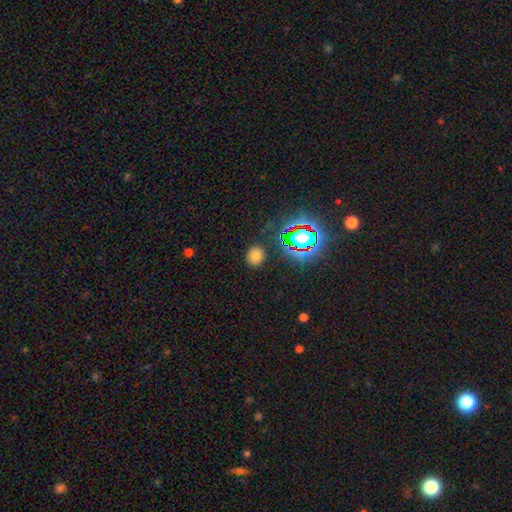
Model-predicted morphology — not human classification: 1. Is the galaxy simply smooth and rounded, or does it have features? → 71% smooth, 23% star or artifact, 6% featured or disk.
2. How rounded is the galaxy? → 73% round, 26% in between, 1% cigar-shaped.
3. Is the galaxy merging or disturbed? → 86% none, 9% minor disturbance, 3% major disturbance, 2% merger.